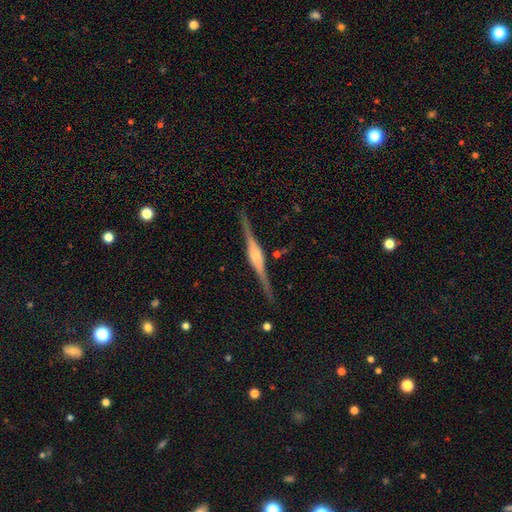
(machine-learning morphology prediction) Smooth or featured?
  - featured or disk: 87% *
  - smooth: 8%
  - star or artifact: 5%
Edge-on disk?
  - yes: 98% *
  - no: 2%
Edge-on bulge?
  - rounded: 72% *
  - boxy: 25%
  - none: 3%
Merging?
  - none: 88% *
  - minor disturbance: 9%
  - major disturbance: 2%
  - merger: 1%